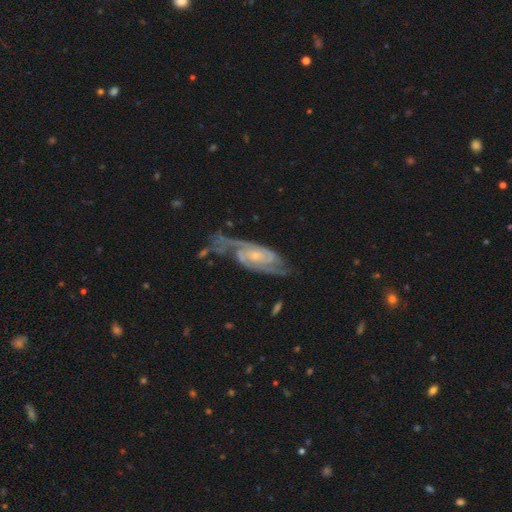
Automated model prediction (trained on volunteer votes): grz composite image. It shows a featured or disk galaxy (88%) with no bar (56%), 2 (71%) tight (44%, tied with medium) spiral arms (97%) and a small central bulge (69%). Merging: none (57%).